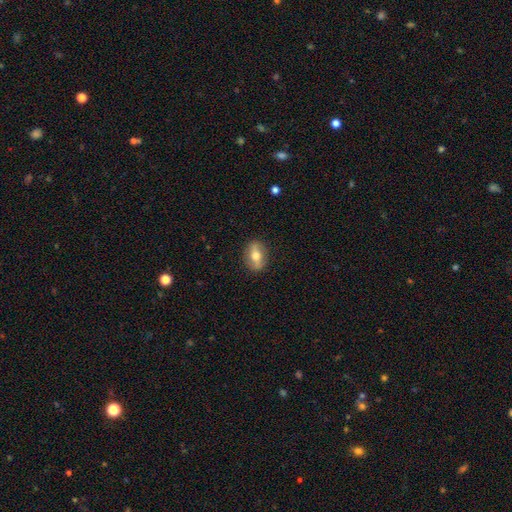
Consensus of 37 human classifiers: Q: Smooth or featured?
A: featured or disk (51%); runner-up: smooth (46%)
Q: Edge-on disk?
A: no (89%); runner-up: yes (11%)
Q: Bar?
A: strong (76%); runner-up: no (18%)
Q: Spiral arms?
A: no (71%); runner-up: yes (29%)
Q: Bulge size?
A: moderate (71%); runner-up: large (12%)
Q: Merging?
A: none (86%); runner-up: minor disturbance (11%)